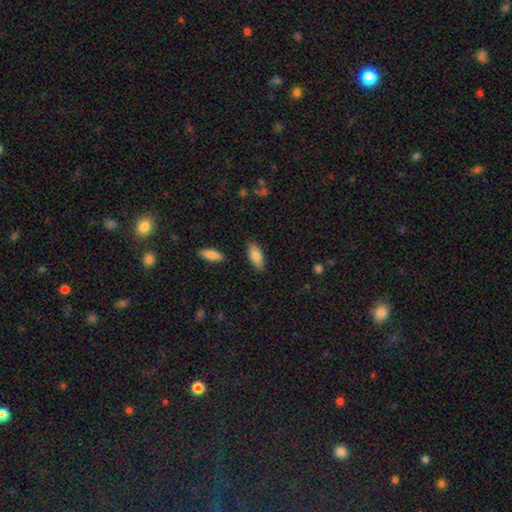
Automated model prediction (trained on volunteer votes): Morphology: type=smooth (83%); roundness=in between (84%); merging=none (85%).